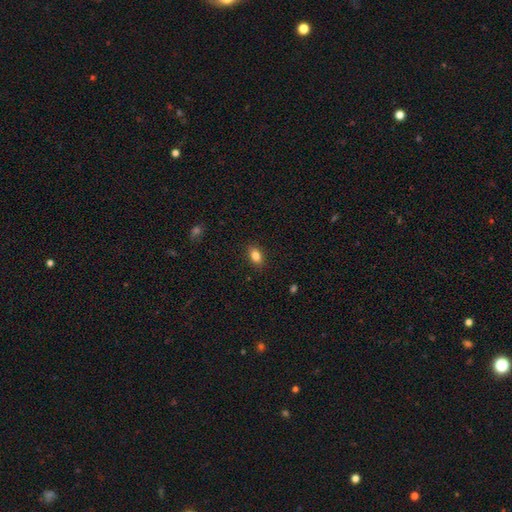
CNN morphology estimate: A smooth galaxy with no disk features (84%) that is in between round and cigar-shaped (82%).

Vote fractions:
- Smooth or featured? smooth: 84% / star or artifact: 10% / featured or disk: 7%
- How rounded? in between: 82% / round: 16% / cigar-shaped: 2%
- Merging? none: 88% / minor disturbance: 9% / major disturbance: 2% / merger: 1%